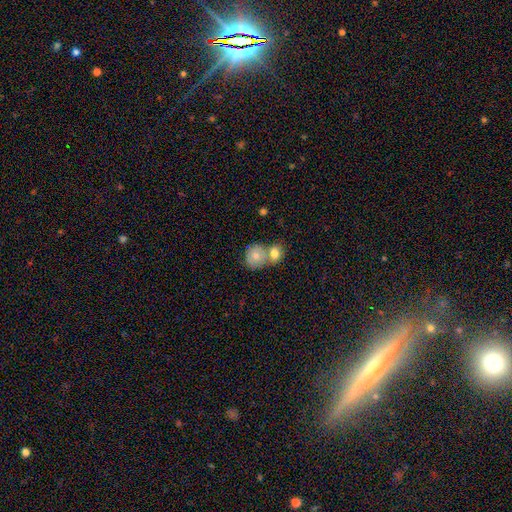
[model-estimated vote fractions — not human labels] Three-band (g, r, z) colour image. It shows a smooth galaxy with no disk features (79%) that is round (72%). Merging: merger (53%).